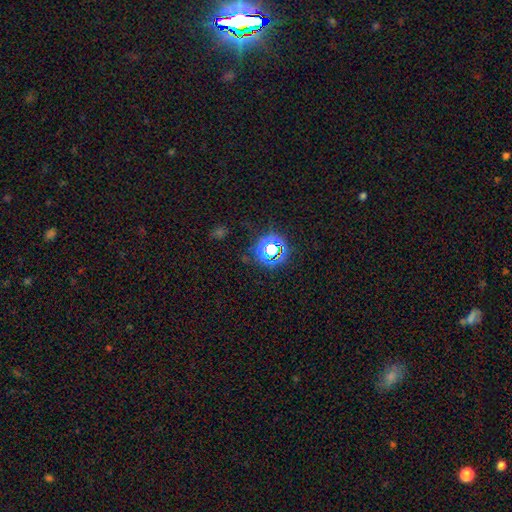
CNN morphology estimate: The model was most divided on "smooth or featured": star or artifact: 61%, smooth: 32%, featured or disk: 7%.